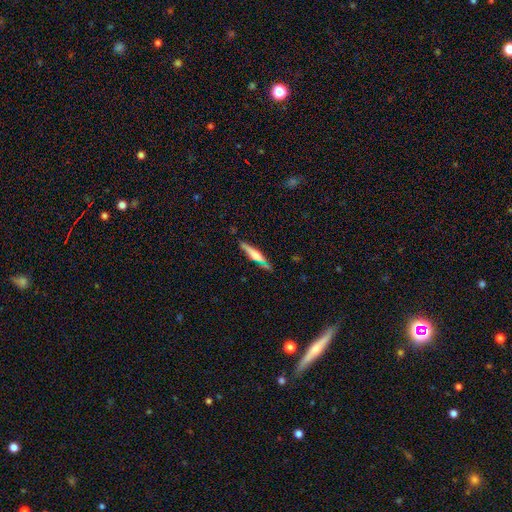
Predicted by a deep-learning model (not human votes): smooth 55%, featured or disk 38%, star or artifact 7%. Down the decision tree: how rounded — cigar-shaped (87%); merging — none (73%).